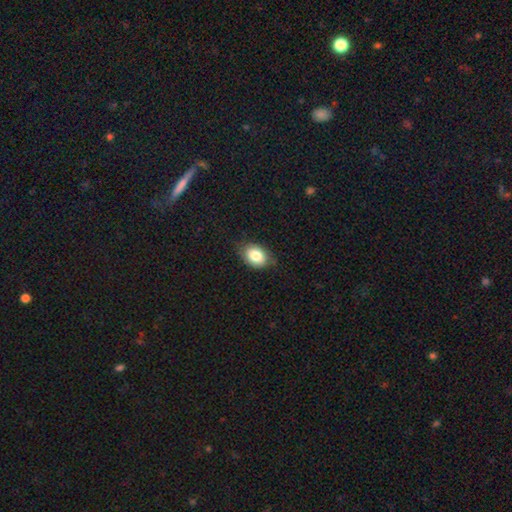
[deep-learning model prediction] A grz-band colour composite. It shows a smooth galaxy with no disk features (82%) that is in between round and cigar-shaped (74%). Merging: none (76%).